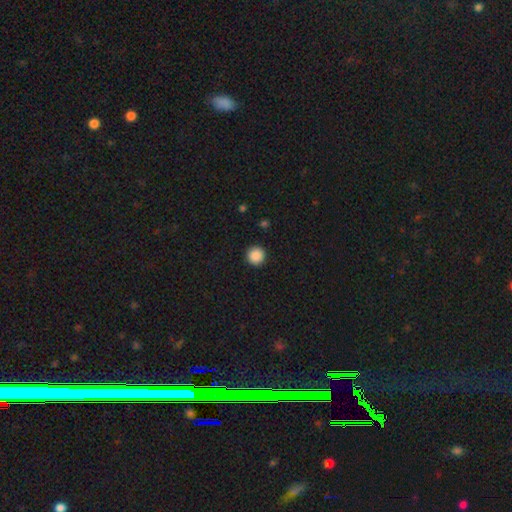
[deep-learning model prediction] Smooth or featured: smooth — 88% (star or artifact — 9%)
How rounded: round — 96% (in between — 3%)
Merging: none — 93% (minor disturbance — 4%)